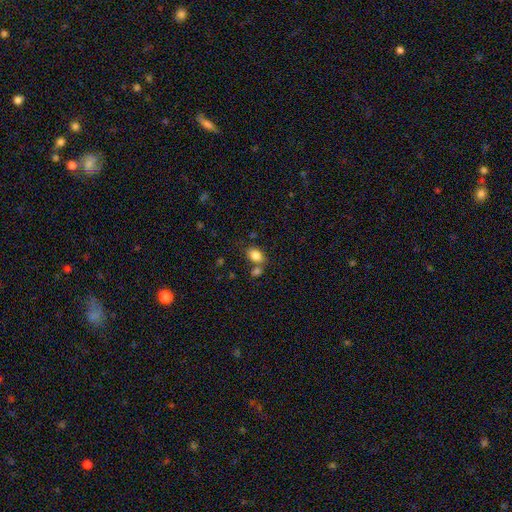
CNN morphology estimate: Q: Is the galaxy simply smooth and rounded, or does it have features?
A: smooth — 84%.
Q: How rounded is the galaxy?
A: in between — 74%.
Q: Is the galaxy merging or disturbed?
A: none — 56%.